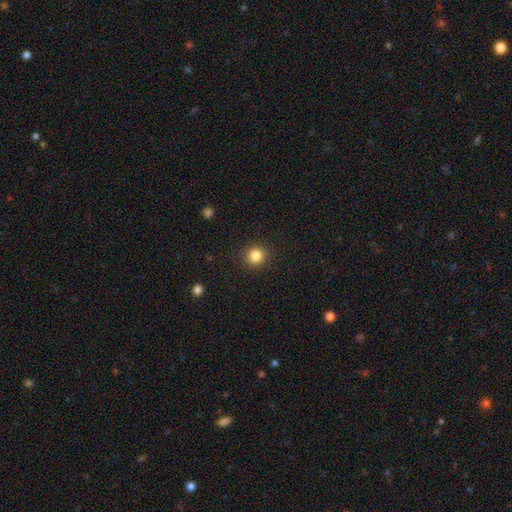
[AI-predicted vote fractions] A smooth galaxy with no disk features (84%) that is round (90%). Merging: none (91%).